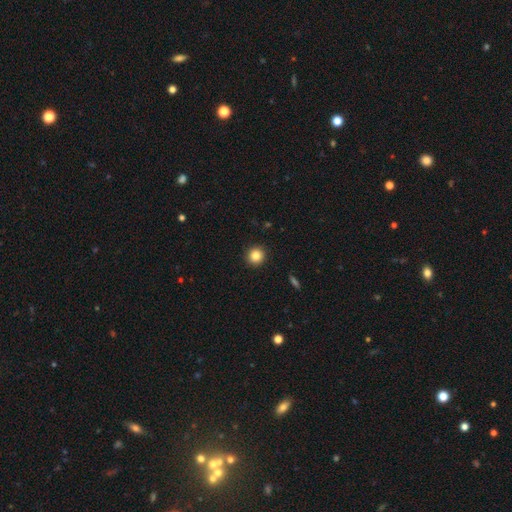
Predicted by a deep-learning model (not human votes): Smooth or featured? Predicted: smooth (p=0.84). How rounded? Predicted: round (p=0.94). Merging? Predicted: none (p=0.92).